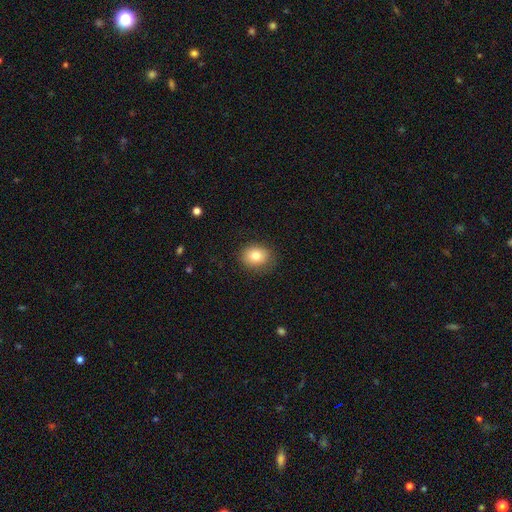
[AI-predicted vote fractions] Morphology: type=smooth (81%); roundness=round (56%); merging=none (85%).